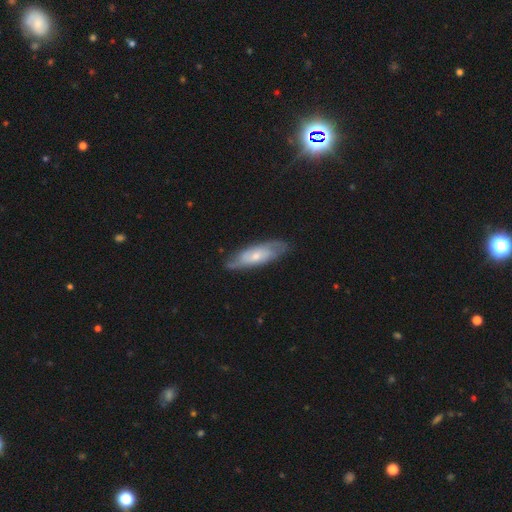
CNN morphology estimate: Q: Smooth or featured?
A: featured or disk (56%); runner-up: smooth (39%)
Q: Edge-on disk?
A: no (73%); runner-up: yes (27%)
Q: Merging?
A: none (75%); runner-up: minor disturbance (19%)